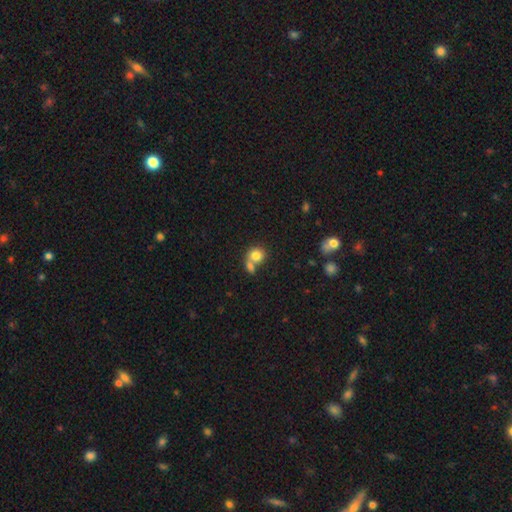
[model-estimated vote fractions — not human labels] Smooth or featured? smooth (80%)
How rounded? round (76%)
Merging? merger (48%)